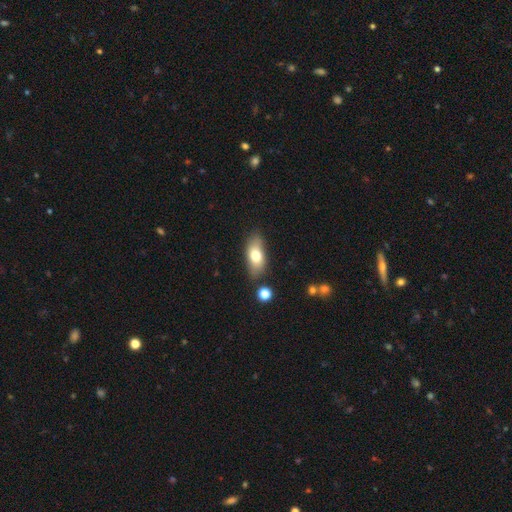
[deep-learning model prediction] Smooth or featured? smooth (71%)
How rounded? in between (83%)
Merging? none (80%)